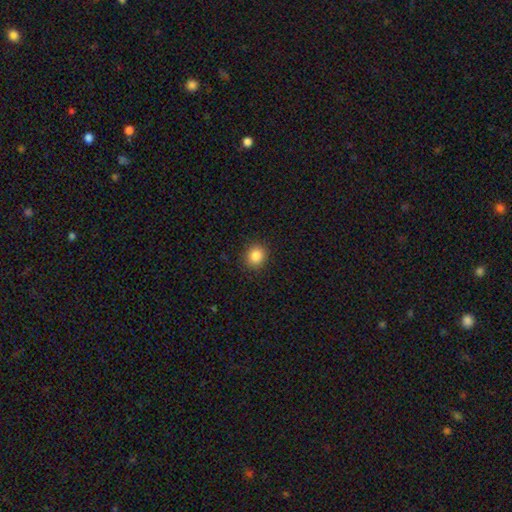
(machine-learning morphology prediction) A smooth galaxy with no disk features (86%) that is round (83%). Merging: none (90%).